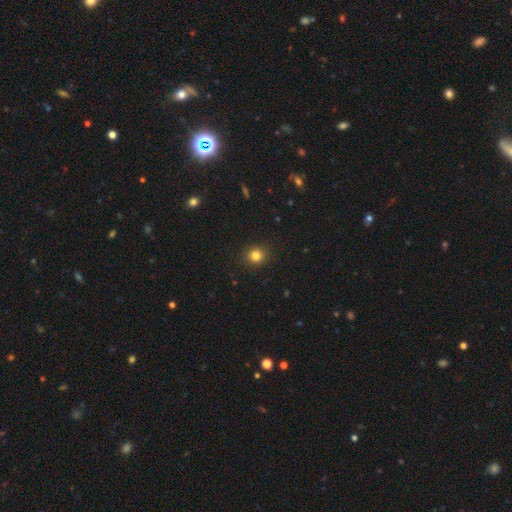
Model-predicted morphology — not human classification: smooth_or_featured: smooth (p=0.83) [alt: star or artifact p=0.12]
how_rounded: round (p=0.88) [alt: in between p=0.11]
merging: none (p=0.91) [alt: minor disturbance p=0.06]